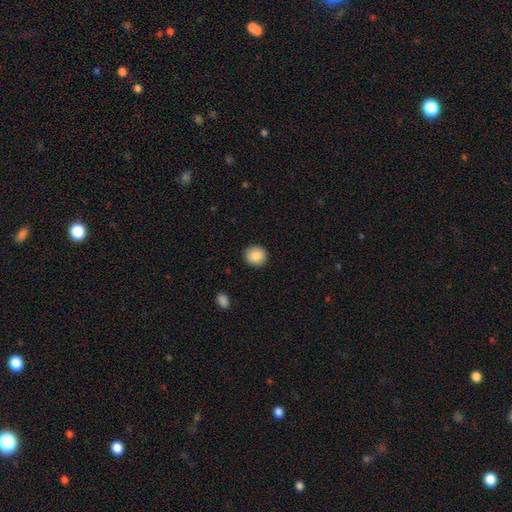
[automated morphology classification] type=smooth (88%); roundness=round (90%); merging=none (91%).